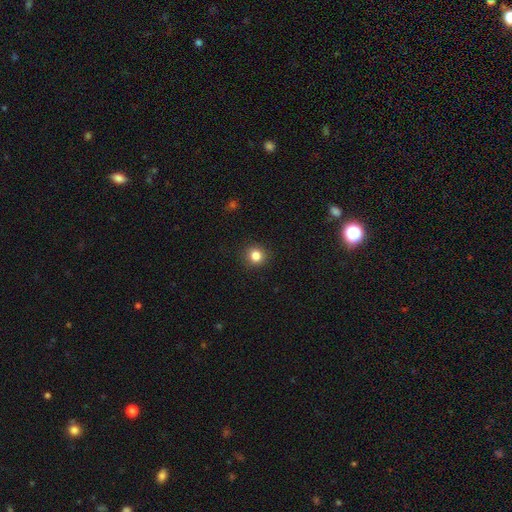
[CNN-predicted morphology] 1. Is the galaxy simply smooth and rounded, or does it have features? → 83% smooth, 12% star or artifact, 5% featured or disk.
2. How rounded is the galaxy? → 91% round, 8% in between, 1% cigar-shaped.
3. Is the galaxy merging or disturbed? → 92% none, 6% minor disturbance, 2% major disturbance, 1% merger.